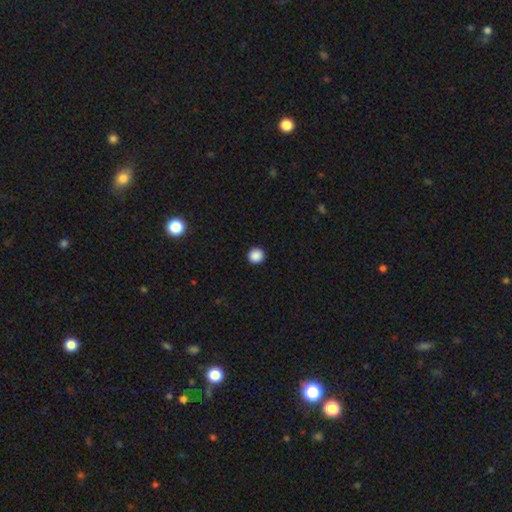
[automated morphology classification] type=smooth (88%); roundness=round (95%); merging=none (93%).